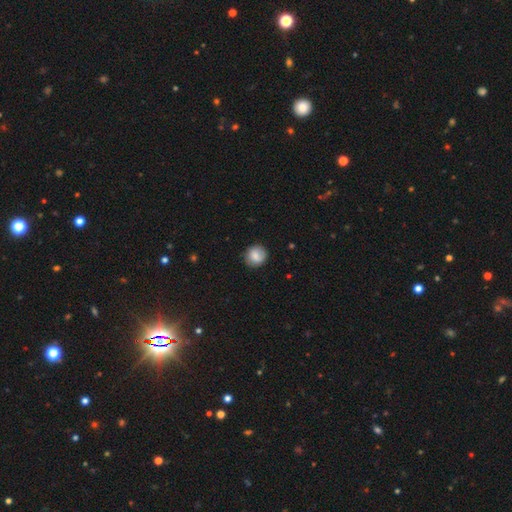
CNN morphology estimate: Smooth or featured: smooth — 81% (featured or disk — 11%)
How rounded: round — 85% (in between — 14%)
Merging: none — 83% (minor disturbance — 13%)